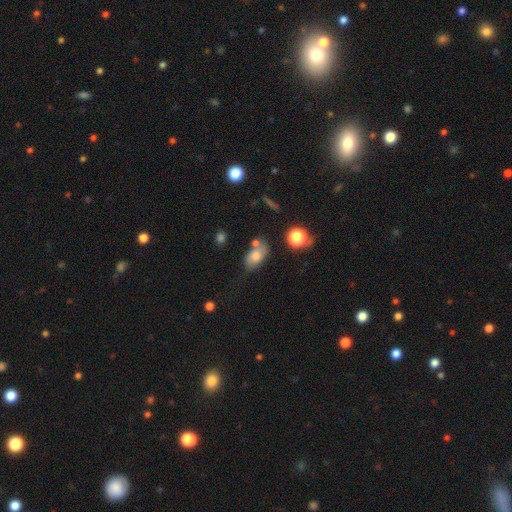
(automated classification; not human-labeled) Morphology: type=smooth (71%); roundness=in between (87%); merging=none (52%).